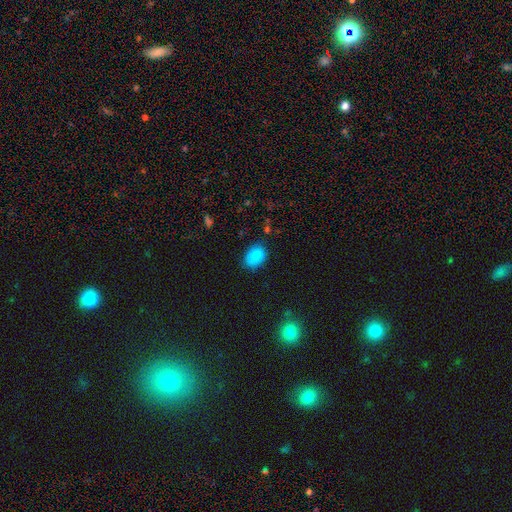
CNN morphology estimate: Overall: smooth (85%). How rounded: in between (76%). Merging: none (73%).